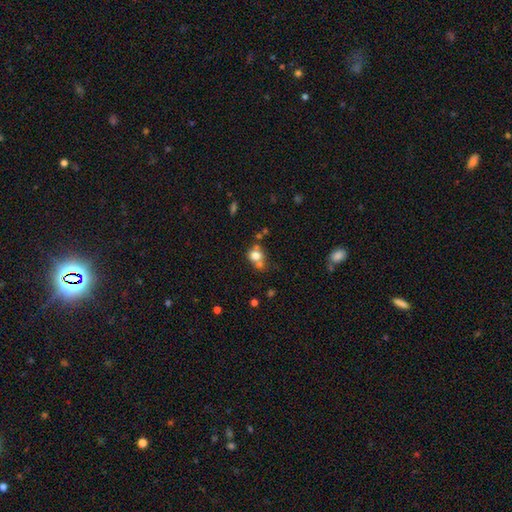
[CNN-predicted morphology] Smooth or featured? smooth (73%)
How rounded? round (72%)
Merging? merger (41%, tied with none)